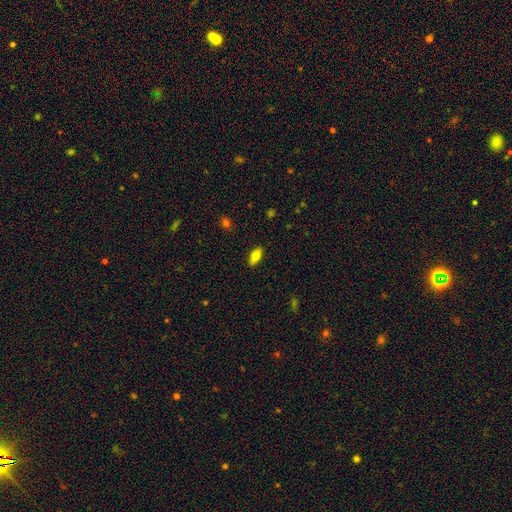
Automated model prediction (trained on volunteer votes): Smooth or featured?
  - smooth: 74% *
  - featured or disk: 19%
  - star or artifact: 8%
How rounded?
  - in between: 82% *
  - cigar-shaped: 15%
  - round: 3%
Merging?
  - none: 88% *
  - minor disturbance: 9%
  - major disturbance: 2%
  - merger: 1%